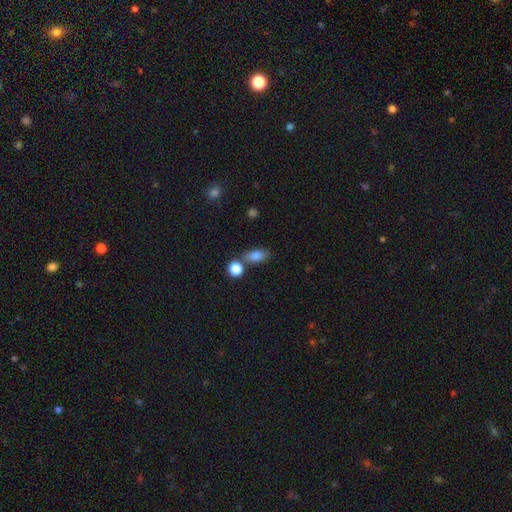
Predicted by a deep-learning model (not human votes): Smooth or featured: smooth — 82% (star or artifact — 10%)
How rounded: in between — 80% (round — 11%)
Merging: none — 70% (merger — 14%)